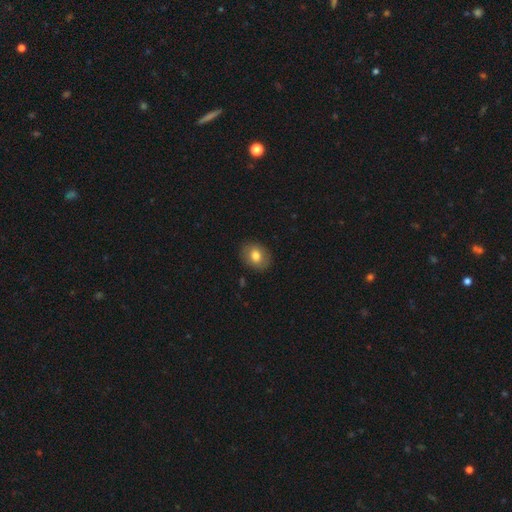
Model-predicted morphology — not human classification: Smooth or featured?
  - smooth: 77% *
  - featured or disk: 15%
  - star or artifact: 8%
How rounded?
  - in between: 55% *
  - round: 44%
  - cigar-shaped: 1%
Merging?
  - none: 87% *
  - minor disturbance: 10%
  - major disturbance: 3%
  - merger: 1%